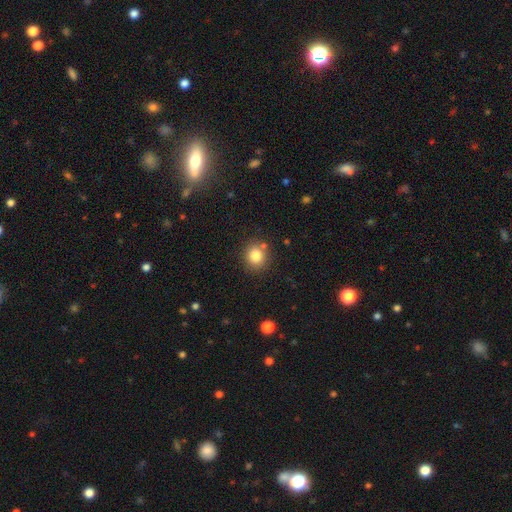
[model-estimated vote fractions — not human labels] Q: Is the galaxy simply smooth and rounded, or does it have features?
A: smooth — 82%.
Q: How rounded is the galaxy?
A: round — 84%.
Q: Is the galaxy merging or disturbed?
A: none — 81%.